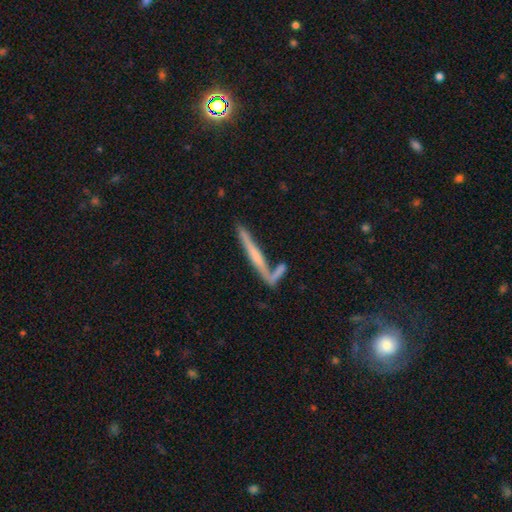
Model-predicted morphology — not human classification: Smooth or featured: featured or disk — 61% (smooth — 29%)
Edge-on disk: yes — 89% (no — 11%)
Edge-on bulge: rounded — 46% (none — 42%)
Merging: none — 60% (merger — 16%)